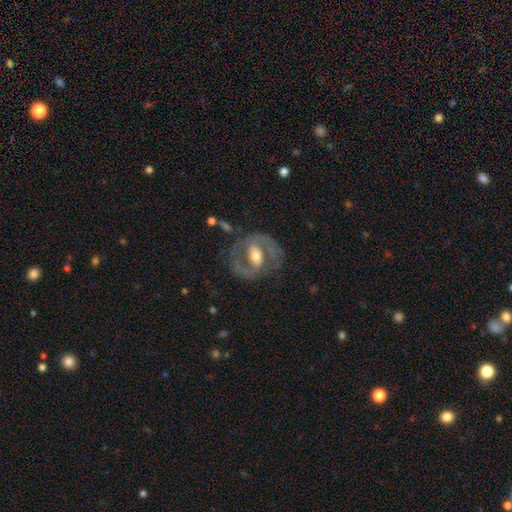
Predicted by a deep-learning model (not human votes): Morphology: type=featured or disk (73%); edge-on=no (95%); bar=weak (36%); spiral arms=yes (57%); bulge=moderate (63%); merging=none (67%).